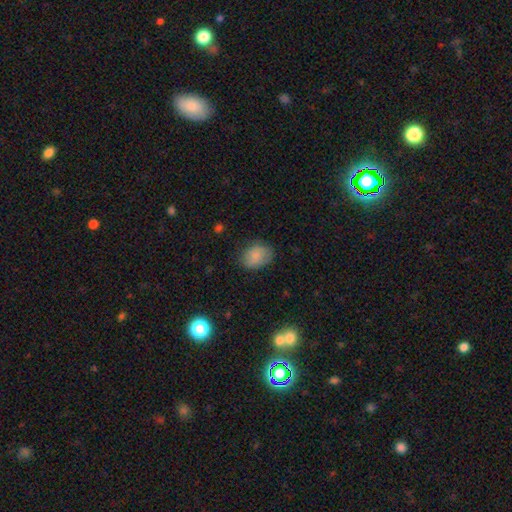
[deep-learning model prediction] Smooth or featured?
  - smooth: 83% *
  - star or artifact: 9%
  - featured or disk: 8%
How rounded?
  - in between: 70% *
  - round: 29%
  - cigar-shaped: 1%
Merging?
  - none: 75% *
  - minor disturbance: 19%
  - major disturbance: 5%
  - merger: 1%